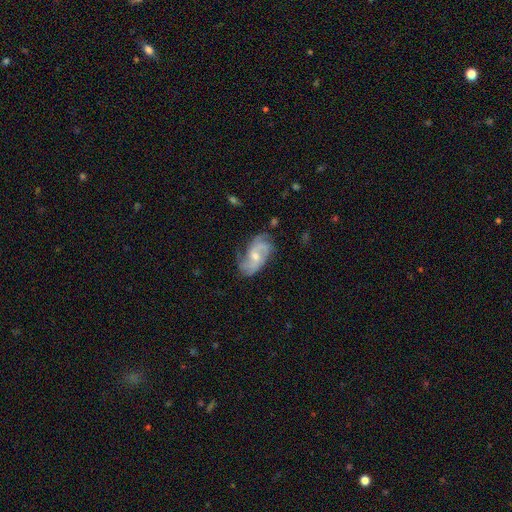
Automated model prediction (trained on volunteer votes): Smooth or featured?
  - featured or disk: 80% *
  - smooth: 14%
  - star or artifact: 6%
Edge-on disk?
  - no: 97% *
  - yes: 3%
Bar?
  - no: 57% *
  - weak: 36%
  - strong: 7%
Spiral arms?
  - yes: 95% *
  - no: 5%
Spiral winding?
  - medium: 47% *
  - loose: 27%
  - tight: 26%
Spiral arm count?
  - 2: 38% *
  - 3: 32%
  - can't tell: 15%
  - 4: 7%
  - 1: 4%
  - more than 4: 4%
Bulge size?
  - moderate: 54% *
  - small: 40%
  - none: 3%
  - large: 3%
  - dominant: 1%
Merging?
  - none: 64% *
  - minor disturbance: 24%
  - major disturbance: 10%
  - merger: 2%